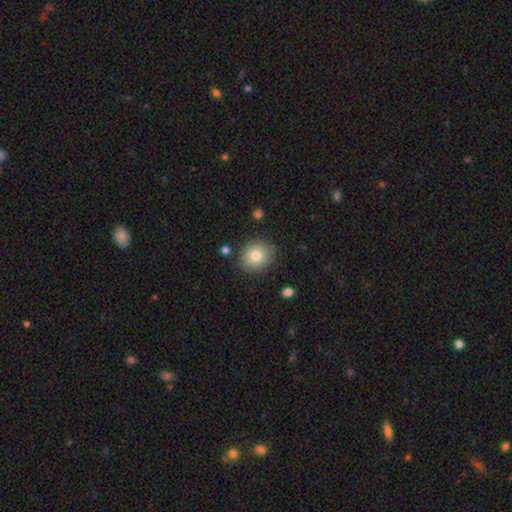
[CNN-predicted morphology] A smooth galaxy with no disk features (81%) that is round (73%).

Vote fractions:
- Smooth or featured? smooth: 81% / featured or disk: 10% / star or artifact: 9%
- How rounded? round: 73% / in between: 26% / cigar-shaped: 1%
- Merging? none: 85% / minor disturbance: 10% / major disturbance: 3% / merger: 2%